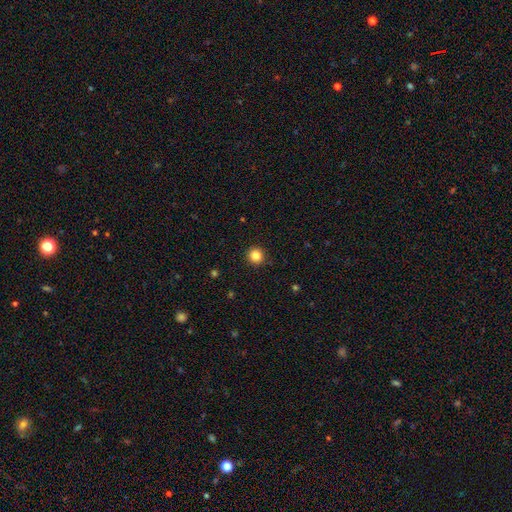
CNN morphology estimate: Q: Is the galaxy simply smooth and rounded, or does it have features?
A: smooth — 84%.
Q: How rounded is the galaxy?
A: round — 94%.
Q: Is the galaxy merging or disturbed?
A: none — 92%.